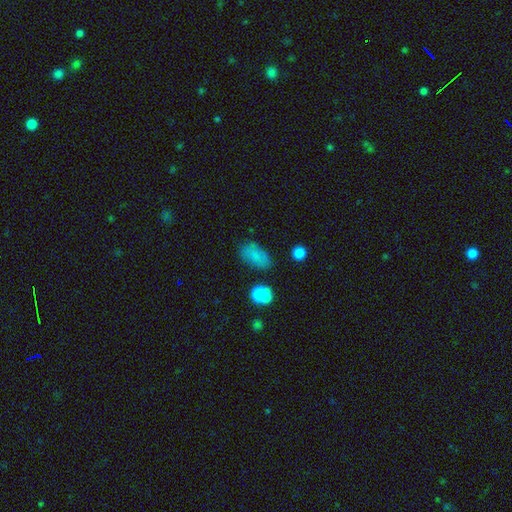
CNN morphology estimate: smooth_or_featured: smooth (p=0.78) [alt: star or artifact p=0.12]
how_rounded: in between (p=0.89) [alt: round p=0.08]
merging: none (p=0.71) [alt: minor disturbance p=0.18]